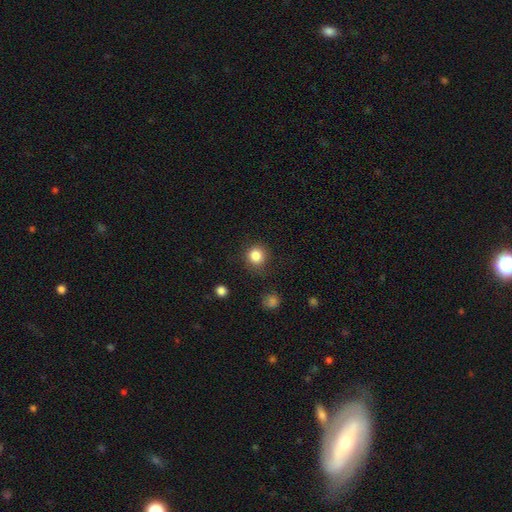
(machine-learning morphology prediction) smooth_or_featured: smooth (p=0.84) [alt: star or artifact p=0.11]
how_rounded: round (p=0.89) [alt: in between p=0.10]
merging: none (p=0.83) [alt: minor disturbance p=0.11]